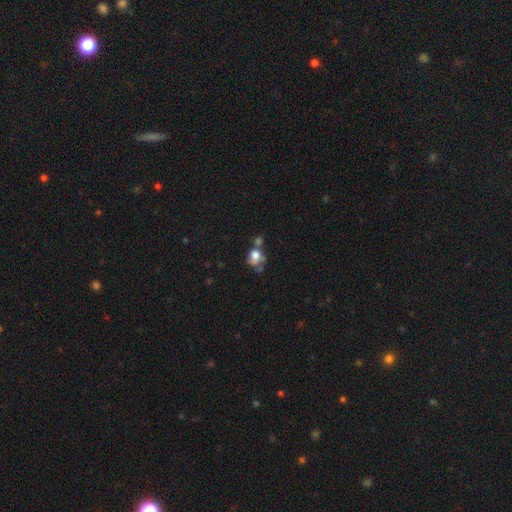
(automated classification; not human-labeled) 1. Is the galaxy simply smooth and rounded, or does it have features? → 64% smooth, 22% featured or disk, 13% star or artifact.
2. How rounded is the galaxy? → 51% round, 47% in between, 1% cigar-shaped.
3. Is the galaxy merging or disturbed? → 35% merger, 26% none, 22% major disturbance, 18% minor disturbance.